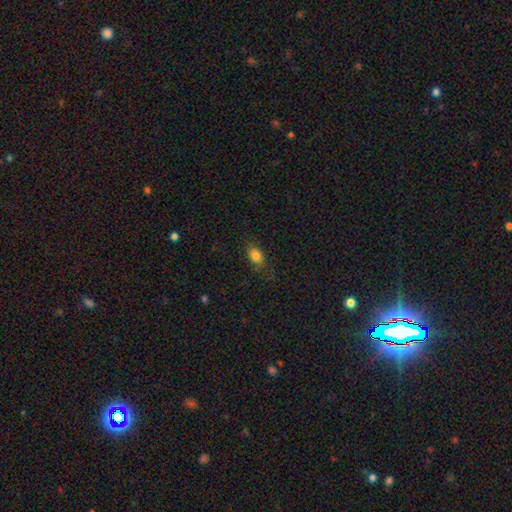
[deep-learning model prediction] This is clearly a smooth galaxy (82%). How rounded: likely in between (80%). Merging: likely none (77%).